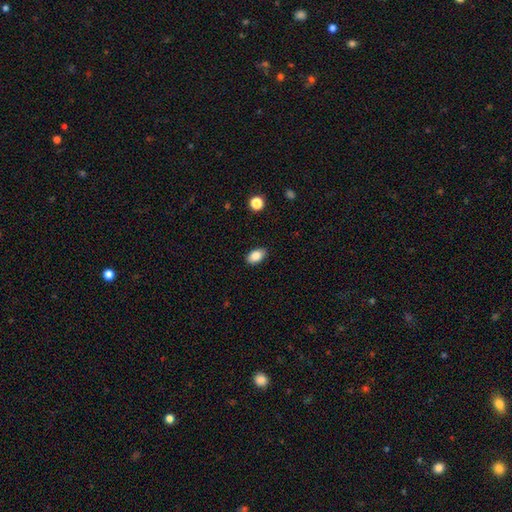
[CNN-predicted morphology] Smooth or featured? Predicted: smooth (p=0.86). How rounded? Predicted: in between (p=0.91). Merging? Predicted: none (p=0.88).